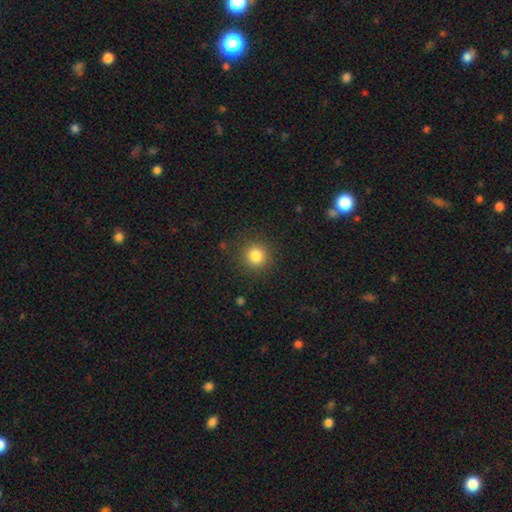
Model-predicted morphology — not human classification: Smooth or featured? Predicted: smooth (p=0.83). How rounded? Predicted: round (p=0.94). Merging? Predicted: none (p=0.89).